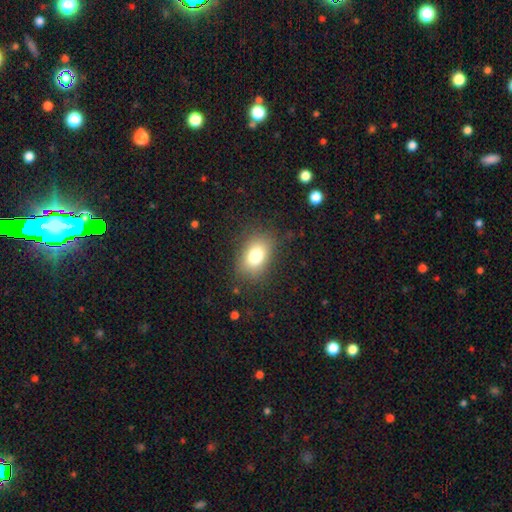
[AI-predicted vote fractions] This appears to be a smooth galaxy with no disk features (79%) that is in between round and cigar-shaped (80%). Merging: none (82%).